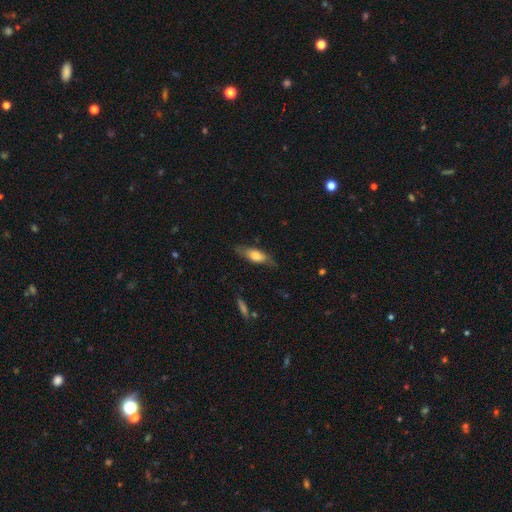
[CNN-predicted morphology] smooth-or-featured: smooth: 64% | featured or disk: 30% | star or artifact: 6%
  how-rounded: in between: 62% | cigar-shaped: 35% | round: 3%
  merging: none: 72% | minor disturbance: 21% | major disturbance: 6% | merger: 1%